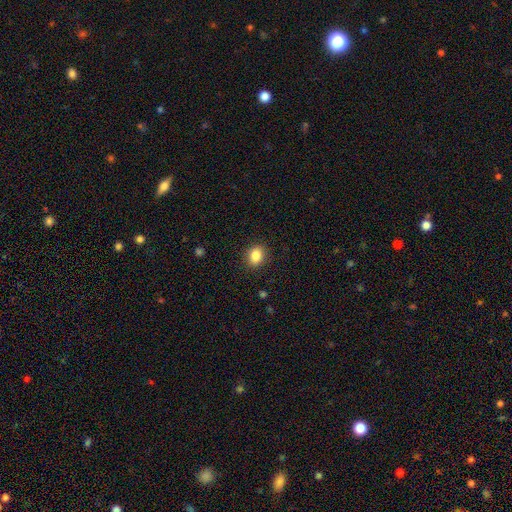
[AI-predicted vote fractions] smooth-or-featured: smooth: 85% | star or artifact: 9% | featured or disk: 5%
  how-rounded: in between: 51% | round: 48% | cigar-shaped: 1%
  merging: none: 89% | minor disturbance: 8% | major disturbance: 2% | merger: 1%